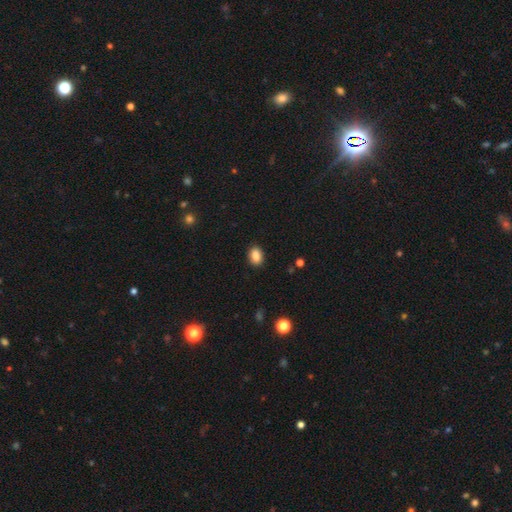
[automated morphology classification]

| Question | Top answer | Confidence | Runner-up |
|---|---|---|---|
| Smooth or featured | smooth | 86% | star or artifact (9%) |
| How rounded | in between | 74% | round (25%) |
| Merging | none | 90% | minor disturbance (7%) |